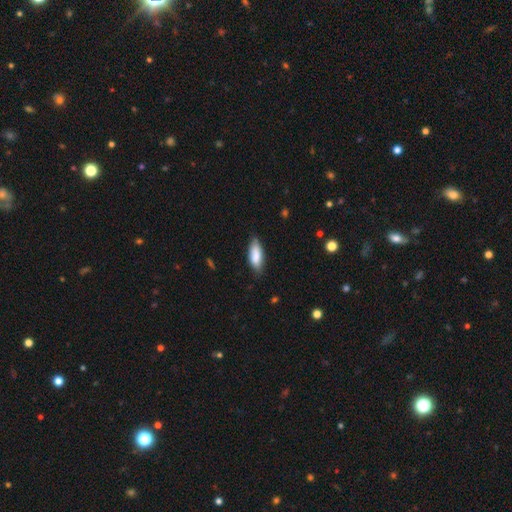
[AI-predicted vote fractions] smooth_or_featured: smooth (p=0.84) [alt: featured or disk p=0.10]
how_rounded: in between (p=0.73) [alt: cigar-shaped p=0.25]
merging: none (p=0.77) [alt: minor disturbance p=0.19]